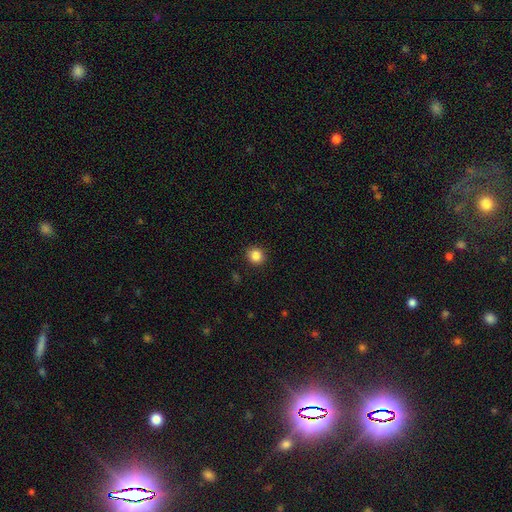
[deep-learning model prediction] smooth_or_featured: smooth (p=0.85) [alt: star or artifact p=0.11]
how_rounded: round (p=0.90) [alt: in between p=0.09]
merging: none (p=0.90) [alt: minor disturbance p=0.07]